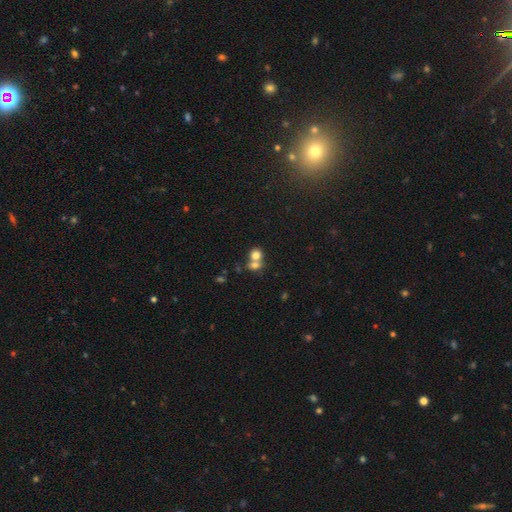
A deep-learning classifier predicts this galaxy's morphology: Smooth or featured? smooth (75%)
How rounded? round (70%)
Merging? merger (59%)